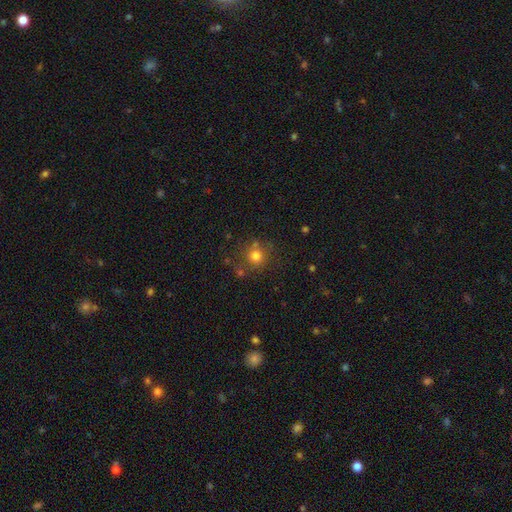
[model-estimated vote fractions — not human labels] Smooth or featured: smooth — 76% (star or artifact — 15%)
How rounded: round — 91% (in between — 8%)
Merging: none — 76% (minor disturbance — 11%)